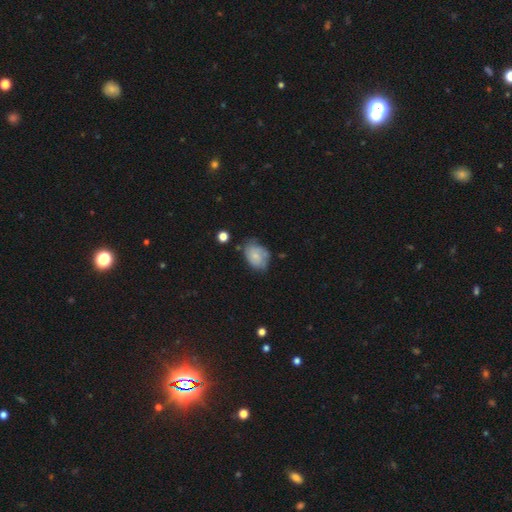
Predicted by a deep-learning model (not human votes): smooth_or_featured: smooth (p=0.56) [alt: featured or disk p=0.36]
how_rounded: in between (p=0.74) [alt: round p=0.25]
merging: none (p=0.53) [alt: minor disturbance p=0.32]